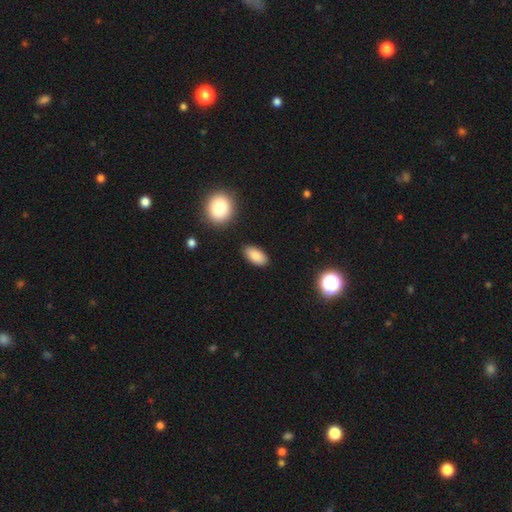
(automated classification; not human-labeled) A smooth galaxy with no disk features (87%) that is in between round and cigar-shaped (93%). Merging: none (88%).